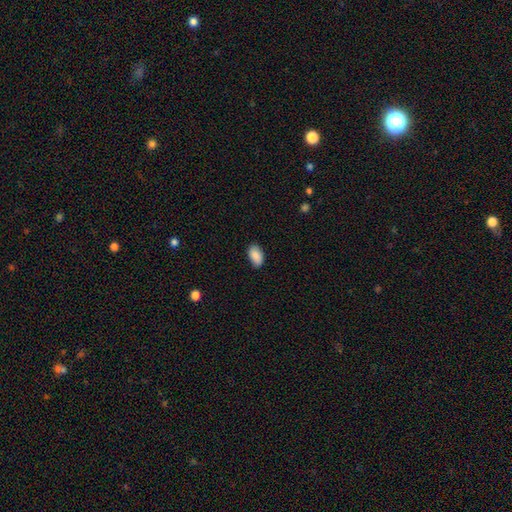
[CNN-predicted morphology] Smooth or featured: smooth — 88% (star or artifact — 7%)
How rounded: in between — 94% (round — 4%)
Merging: none — 85% (minor disturbance — 12%)